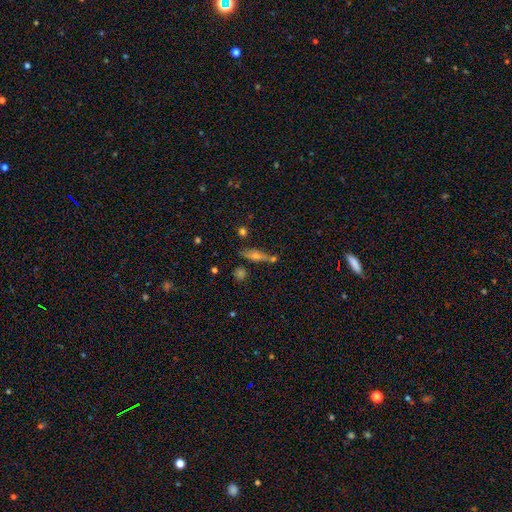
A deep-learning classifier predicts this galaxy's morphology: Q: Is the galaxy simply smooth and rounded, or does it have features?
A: featured or disk — 48%.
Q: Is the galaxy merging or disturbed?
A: none — 67%.